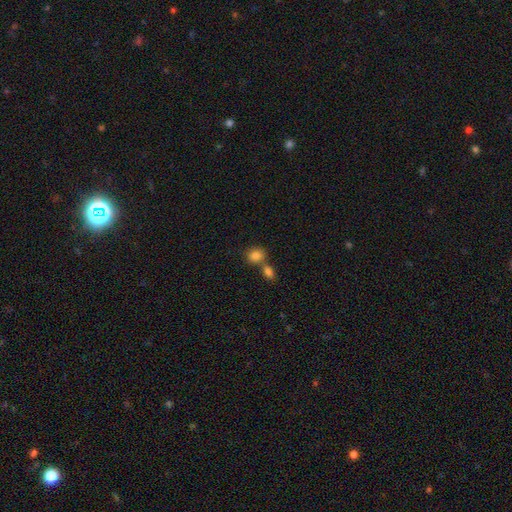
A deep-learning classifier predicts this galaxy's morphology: smooth-or-featured: smooth: 84% | star or artifact: 9% | featured or disk: 7%
  how-rounded: round: 57% | in between: 42% | cigar-shaped: 1%
  merging: none: 44% | merger: 43% | minor disturbance: 9% | major disturbance: 3%